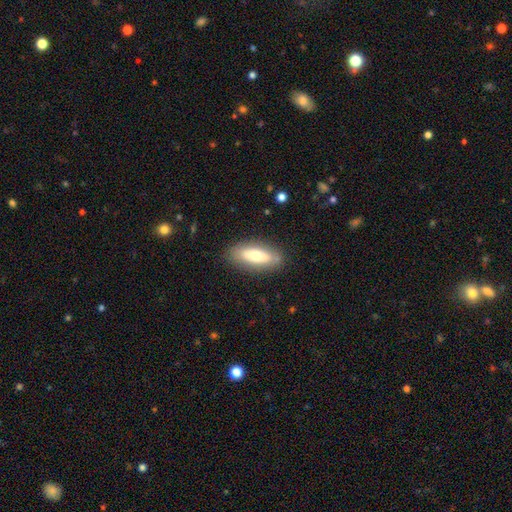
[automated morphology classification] Smooth or featured?
  - smooth: 64% *
  - featured or disk: 30%
  - star or artifact: 7%
How rounded?
  - in between: 75% *
  - cigar-shaped: 23%
  - round: 2%
Merging?
  - none: 81% *
  - minor disturbance: 13%
  - major disturbance: 4%
  - merger: 2%